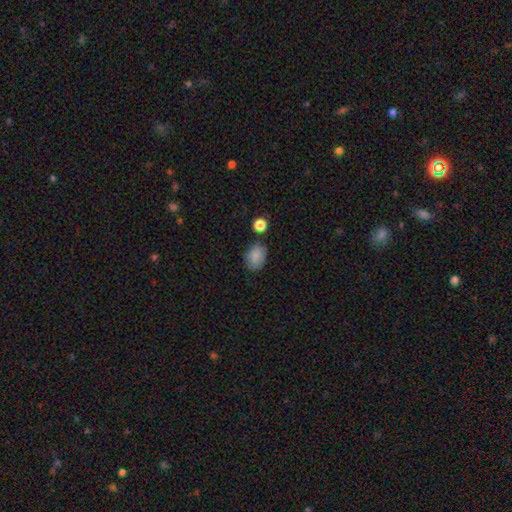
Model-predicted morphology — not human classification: Smooth or featured: smooth — 85% (star or artifact — 9%)
How rounded: in between — 65% (round — 34%)
Merging: none — 74% (minor disturbance — 17%)